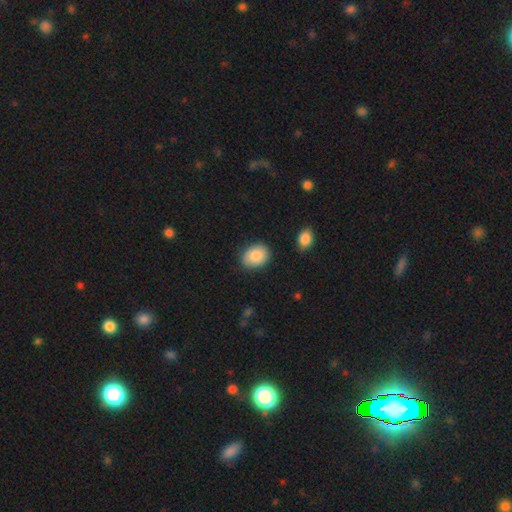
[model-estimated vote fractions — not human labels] smooth-or-featured: smooth: 85% | featured or disk: 8% | star or artifact: 7%
  how-rounded: in between: 64% | round: 35% | cigar-shaped: 1%
  merging: none: 82% | minor disturbance: 13% | major disturbance: 3% | merger: 2%